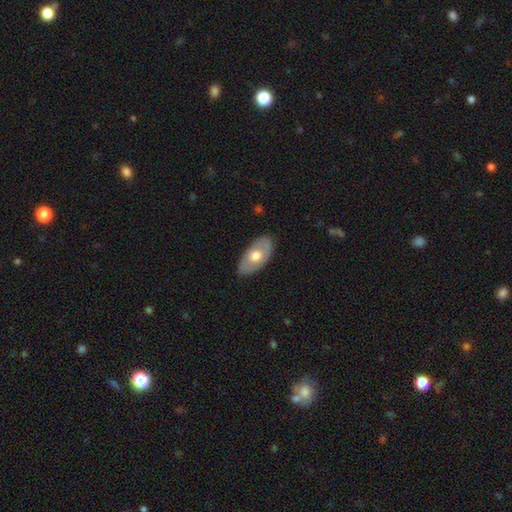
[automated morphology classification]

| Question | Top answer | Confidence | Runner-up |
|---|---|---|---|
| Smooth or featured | smooth | 55% | featured or disk (40%) |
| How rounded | in between | 93% | round (5%) |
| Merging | none | 83% | minor disturbance (13%) |